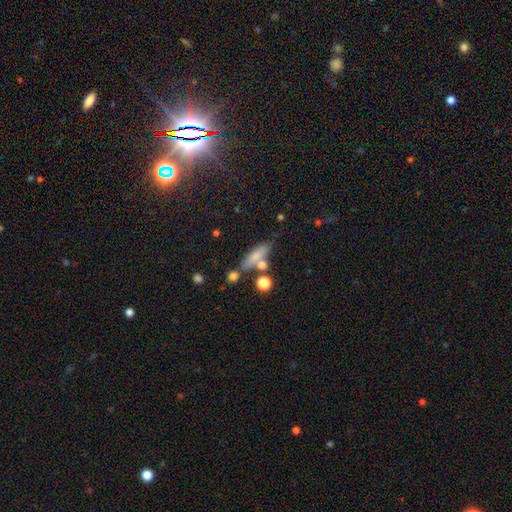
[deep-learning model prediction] smooth-or-featured: smooth: 65% | featured or disk: 22% | star or artifact: 13%
  how-rounded: cigar-shaped: 52% | in between: 41% | round: 7%
  merging: none: 58% | minor disturbance: 17% | merger: 17% | major disturbance: 8%